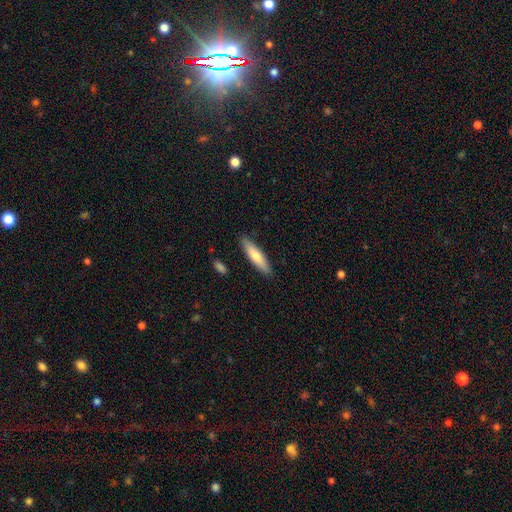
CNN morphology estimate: Smooth or featured? smooth (68%)
How rounded? cigar-shaped (74%)
Merging? none (88%)